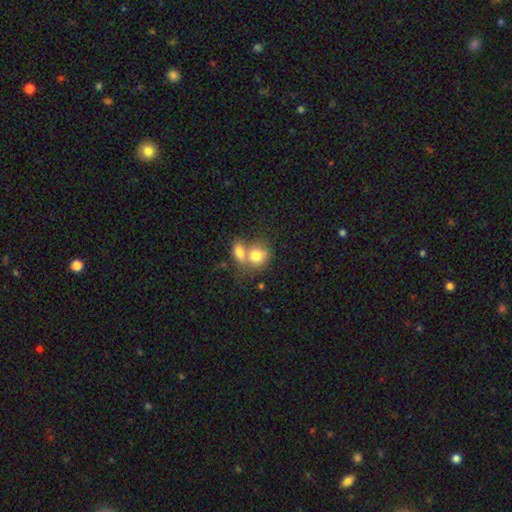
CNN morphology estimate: Smooth or featured? Predicted: smooth (p=0.78). How rounded? Predicted: round (p=0.57). Merging? Predicted: merger (p=0.63).